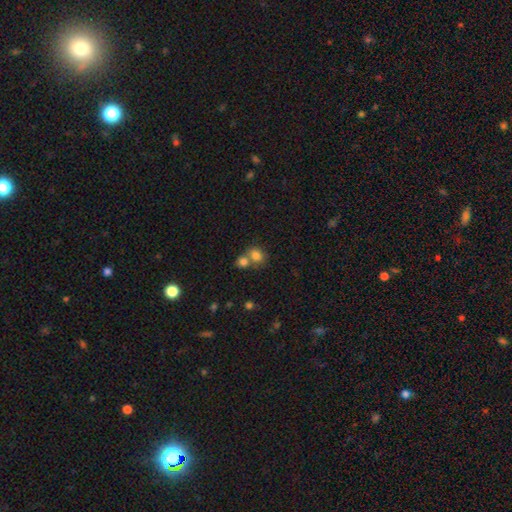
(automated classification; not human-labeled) Overall: smooth (80%). How rounded: round (54%; in between 45%). Merging: merger (52%; none 36%).